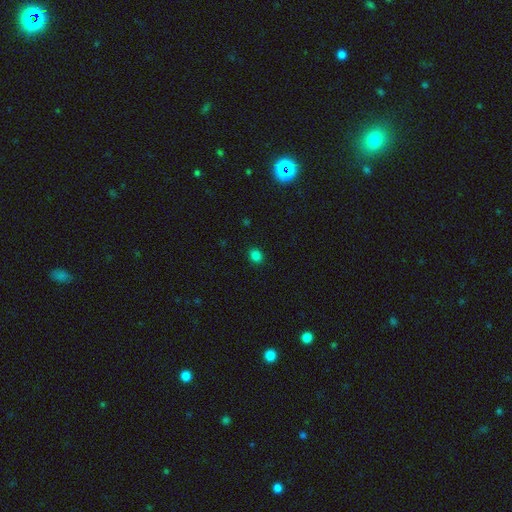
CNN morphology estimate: Overall: smooth (82%). How rounded: round (59%; in between 40%). Merging: none (90%).